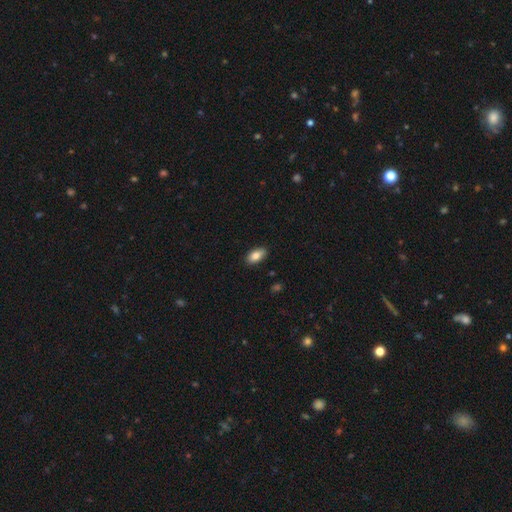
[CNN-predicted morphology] A smooth galaxy with no disk features (84%) that is in between round and cigar-shaped (92%). Merging: none (89%).